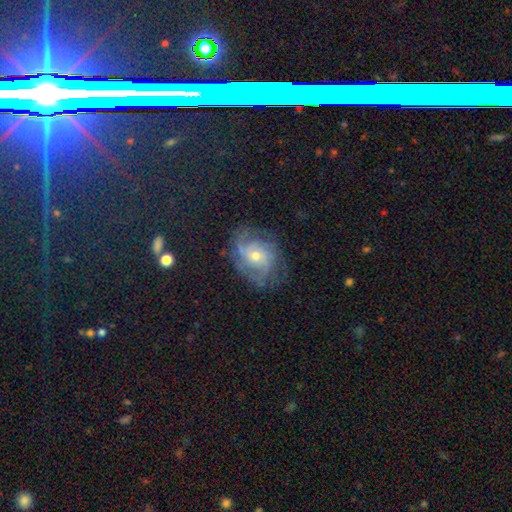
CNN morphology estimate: Smooth or featured? Predicted: featured or disk (p=0.77). Edge-on disk? Predicted: no (p=0.97). Bar? Predicted: no (p=0.73). Spiral arms? Predicted: yes (p=0.92). Spiral winding? Predicted: tight (p=0.45). Spiral arm count? Predicted: can't tell (p=0.33). Bulge size? Predicted: small (p=0.55). Merging? Predicted: none (p=0.66).